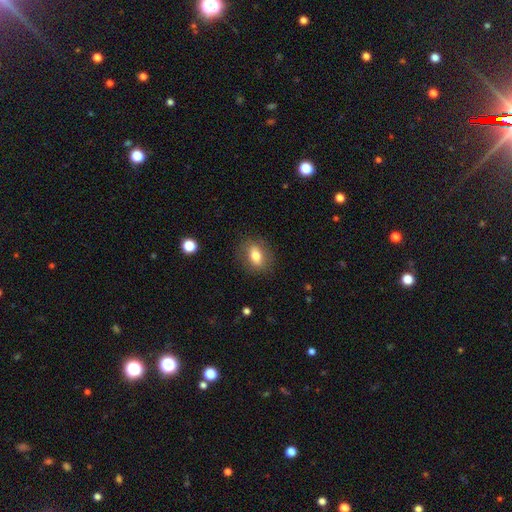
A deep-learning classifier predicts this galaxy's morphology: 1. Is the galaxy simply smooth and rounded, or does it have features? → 73% smooth, 19% featured or disk, 8% star or artifact.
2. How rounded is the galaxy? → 72% in between, 24% round, 4% cigar-shaped.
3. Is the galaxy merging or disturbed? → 83% none, 12% minor disturbance, 4% major disturbance, 1% merger.